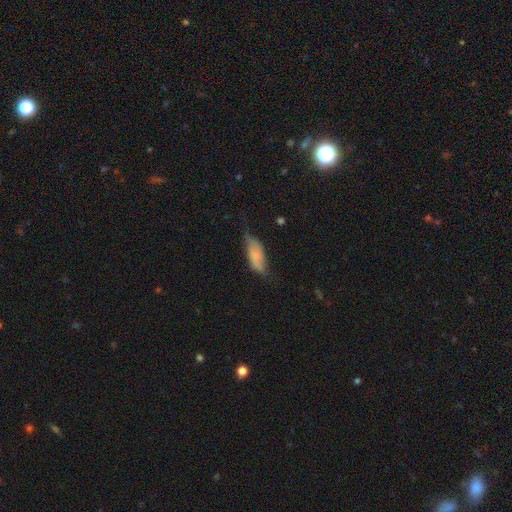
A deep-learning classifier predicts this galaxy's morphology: Smooth or featured? Predicted: smooth (p=0.69). How rounded? Predicted: in between (p=0.75). Merging? Predicted: none (p=0.41).